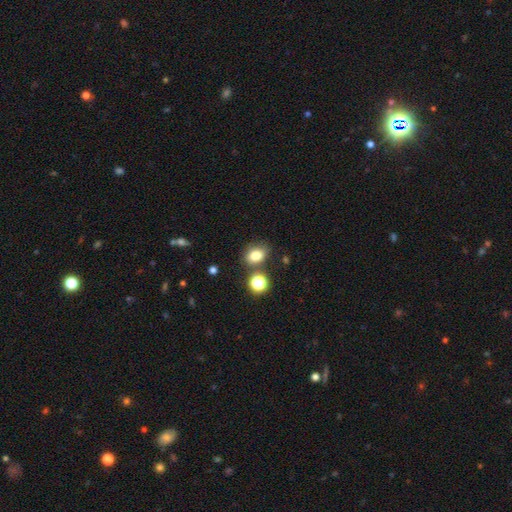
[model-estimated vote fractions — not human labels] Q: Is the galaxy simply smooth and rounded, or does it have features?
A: smooth — 79%.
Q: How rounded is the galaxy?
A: in between — 69%.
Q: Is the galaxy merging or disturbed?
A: none — 70%.